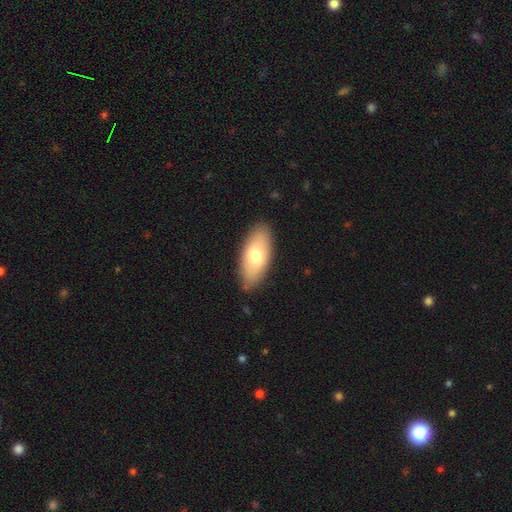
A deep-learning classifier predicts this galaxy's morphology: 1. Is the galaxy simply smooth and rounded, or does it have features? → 70% smooth, 24% featured or disk, 6% star or artifact.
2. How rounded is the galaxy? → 88% in between, 10% cigar-shaped, 2% round.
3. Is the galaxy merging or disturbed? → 85% none, 11% minor disturbance, 2% major disturbance, 1% merger.